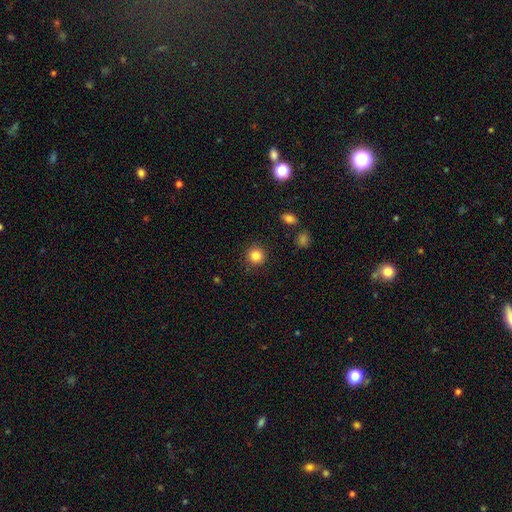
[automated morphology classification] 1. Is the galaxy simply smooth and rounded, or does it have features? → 85% smooth, 10% star or artifact, 5% featured or disk.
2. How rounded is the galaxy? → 93% round, 6% in between, 1% cigar-shaped.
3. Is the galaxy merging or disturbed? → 90% none, 6% minor disturbance, 2% major disturbance, 1% merger.